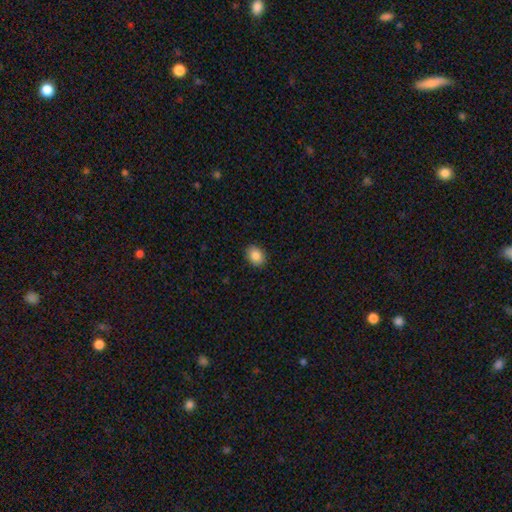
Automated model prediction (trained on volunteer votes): smooth_or_featured: smooth (p=0.86) [alt: star or artifact p=0.08]
how_rounded: in between (p=0.61) [alt: round p=0.38]
merging: none (p=0.90) [alt: minor disturbance p=0.07]